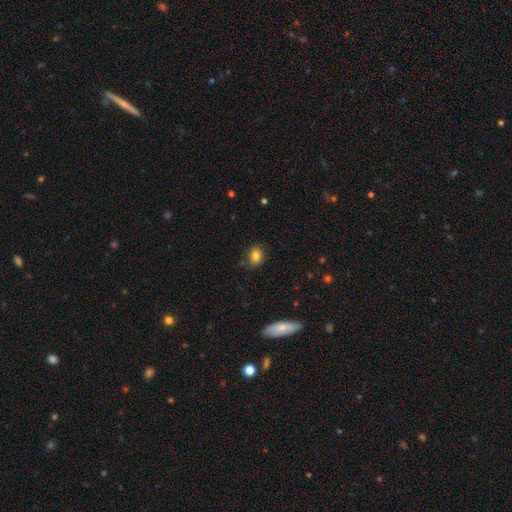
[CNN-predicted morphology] A smooth galaxy with no disk features (81%) that is in between round and cigar-shaped (50%).

Vote fractions:
- Smooth or featured? smooth: 81% / star or artifact: 10% / featured or disk: 9%
- How rounded? in between: 50% / round: 48% / cigar-shaped: 1%
- Merging? none: 80% / minor disturbance: 15% / major disturbance: 3% / merger: 2%